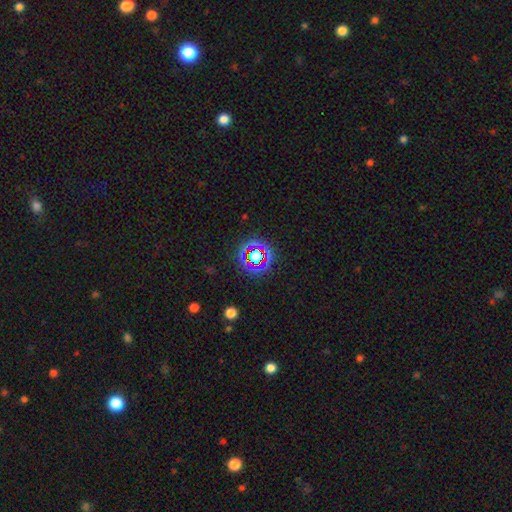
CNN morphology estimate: smooth_or_featured: star or artifact (p=0.63) [alt: smooth p=0.24]